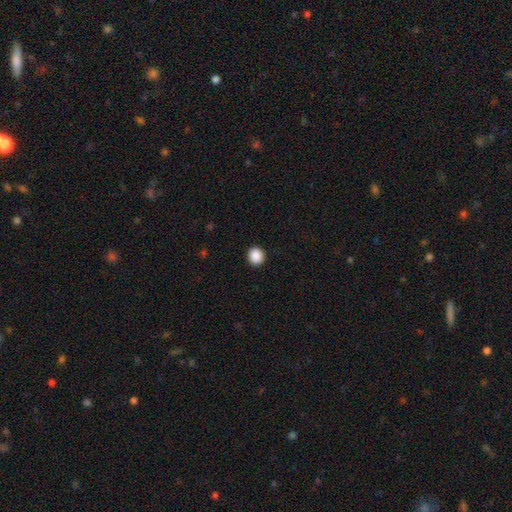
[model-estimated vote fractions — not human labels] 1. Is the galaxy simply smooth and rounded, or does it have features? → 89% smooth, 9% star or artifact, 2% featured or disk.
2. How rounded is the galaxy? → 87% round, 12% in between, 1% cigar-shaped.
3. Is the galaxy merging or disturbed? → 92% none, 5% minor disturbance, 2% major disturbance, 1% merger.